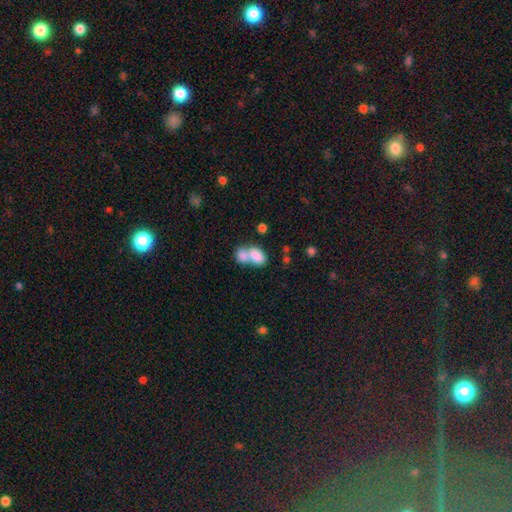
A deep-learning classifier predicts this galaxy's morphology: Smooth or featured? smooth (80%)
How rounded? in between (85%)
Merging? merger (69%)